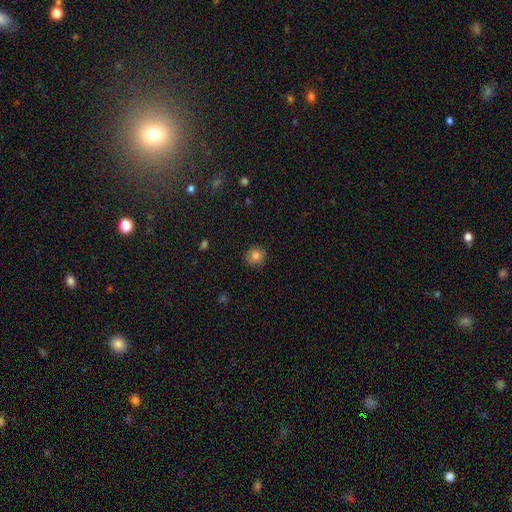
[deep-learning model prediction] Smooth or featured: smooth — 82% (star or artifact — 11%)
How rounded: round — 91% (in between — 8%)
Merging: none — 88% (minor disturbance — 9%)